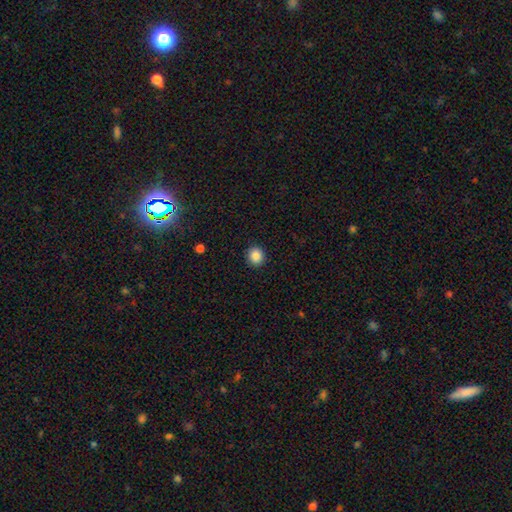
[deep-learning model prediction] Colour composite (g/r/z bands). It shows a smooth galaxy with no disk features (87%) that is round (89%). Merging: none (92%).